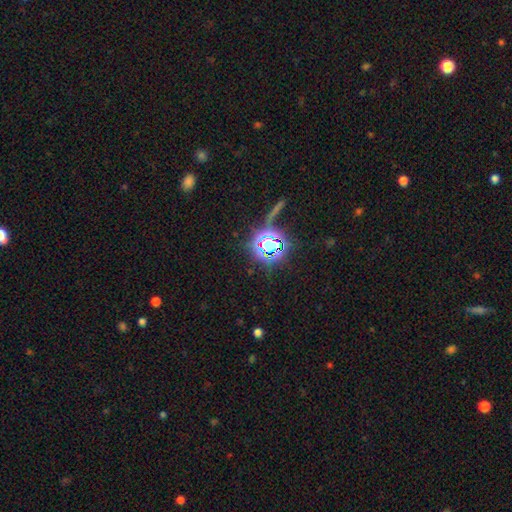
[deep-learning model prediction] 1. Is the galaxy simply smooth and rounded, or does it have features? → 73% star or artifact, 20% smooth, 8% featured or disk.